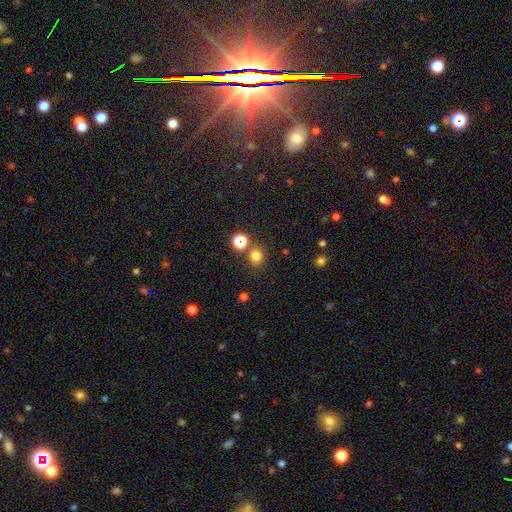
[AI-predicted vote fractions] This appears to be a smooth galaxy with no disk features (75%) that is round (80%). Merging: none (78%).